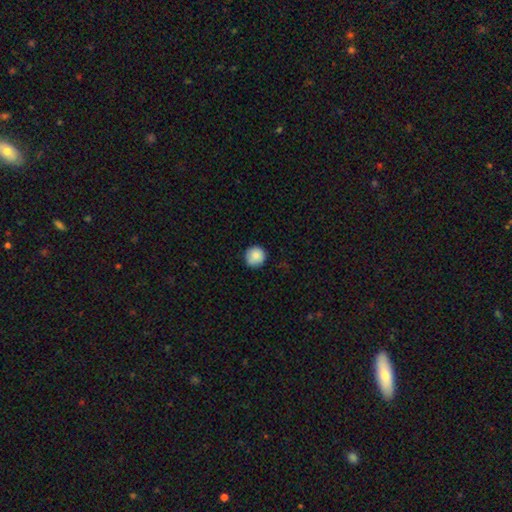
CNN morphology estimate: Smooth or featured: smooth — 87% (star or artifact — 8%)
How rounded: round — 95% (in between — 4%)
Merging: none — 87% (minor disturbance — 10%)